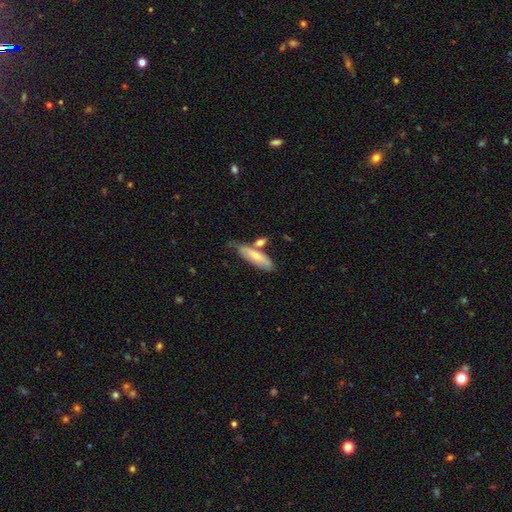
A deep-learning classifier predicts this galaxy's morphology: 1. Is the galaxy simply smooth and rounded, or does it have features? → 65% smooth, 30% featured or disk, 6% star or artifact.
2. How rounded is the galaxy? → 50% cigar-shaped, 48% in between, 2% round.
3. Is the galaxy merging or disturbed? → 54% none, 21% merger, 20% minor disturbance, 5% major disturbance.